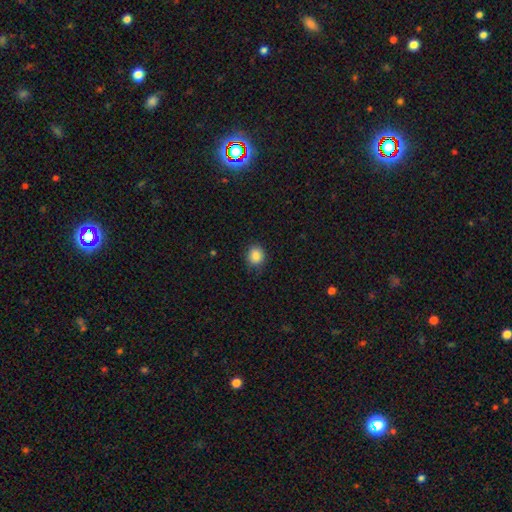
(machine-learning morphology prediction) A smooth galaxy with no disk features (86%) that is round (76%).

Vote fractions:
- Smooth or featured? smooth: 86% / star or artifact: 10% / featured or disk: 5%
- How rounded? round: 76% / in between: 23% / cigar-shaped: 1%
- Merging? none: 83% / minor disturbance: 13% / major disturbance: 3% / merger: 1%